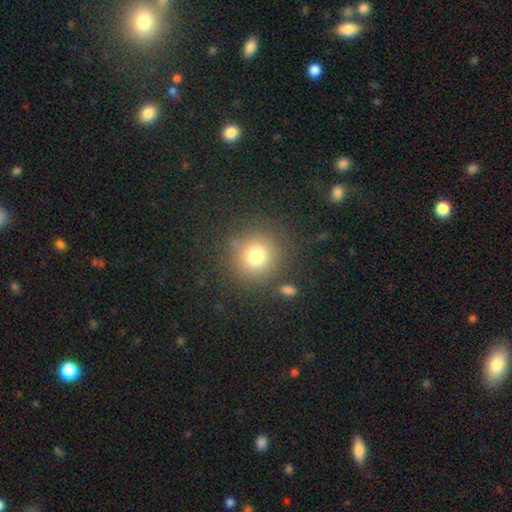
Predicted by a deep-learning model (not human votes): Smooth or featured?
  - smooth: 77% *
  - star or artifact: 14%
  - featured or disk: 9%
How rounded?
  - round: 93% *
  - in between: 6%
  - cigar-shaped: 1%
Merging?
  - none: 83% *
  - minor disturbance: 8%
  - major disturbance: 4%
  - merger: 4%